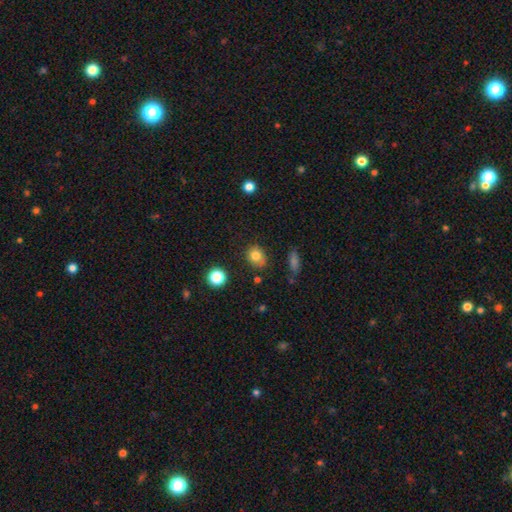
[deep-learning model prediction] Smooth or featured: smooth — 81% (star or artifact — 11%)
How rounded: round — 59% (in between — 40%)
Merging: none — 72% (minor disturbance — 20%)